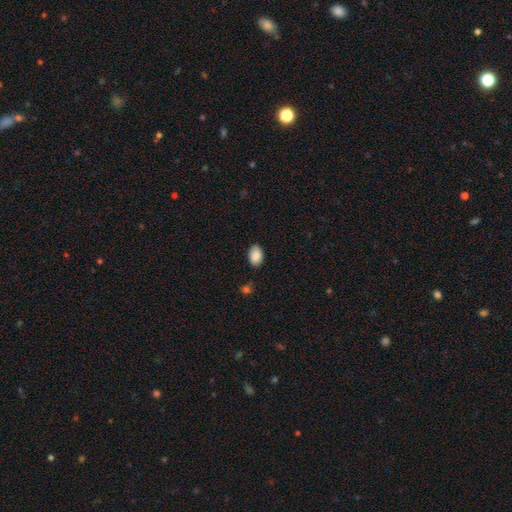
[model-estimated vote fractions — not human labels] Morphology: type=smooth (89%); roundness=in between (90%); merging=none (82%).